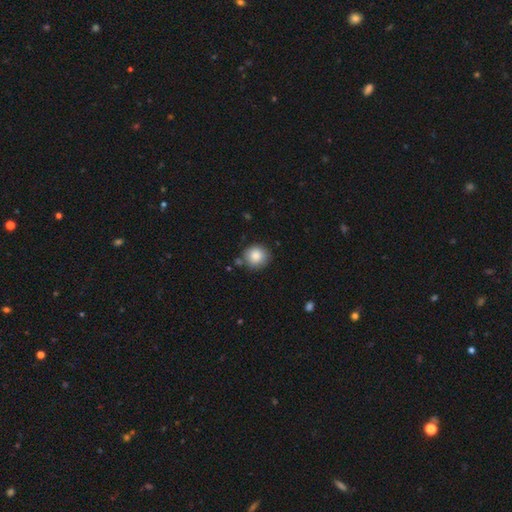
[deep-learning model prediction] This appears to be a smooth galaxy with no disk features (85%) that is round (90%). Merging: none (79%).